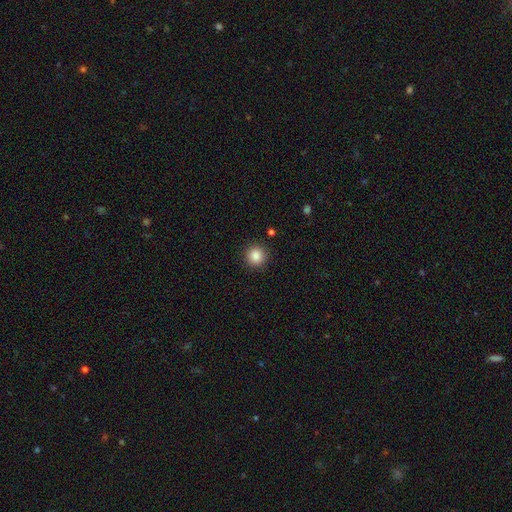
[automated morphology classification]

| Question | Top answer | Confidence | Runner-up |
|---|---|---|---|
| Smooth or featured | smooth | 86% | star or artifact (10%) |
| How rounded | round | 94% | in between (5%) |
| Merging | none | 91% | minor disturbance (6%) |